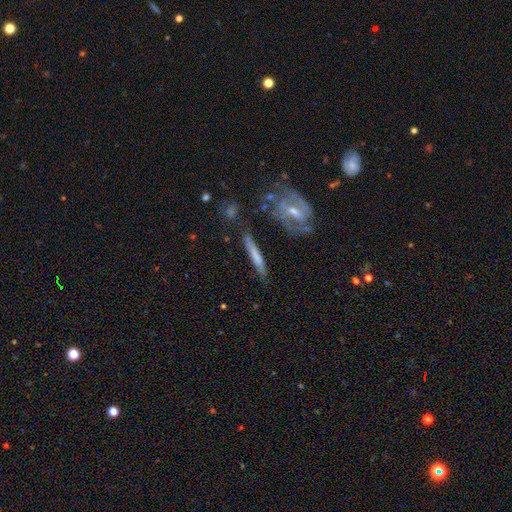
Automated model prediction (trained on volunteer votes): Morphology: type=smooth (54%); roundness=cigar-shaped (91%); merging=none (72%).